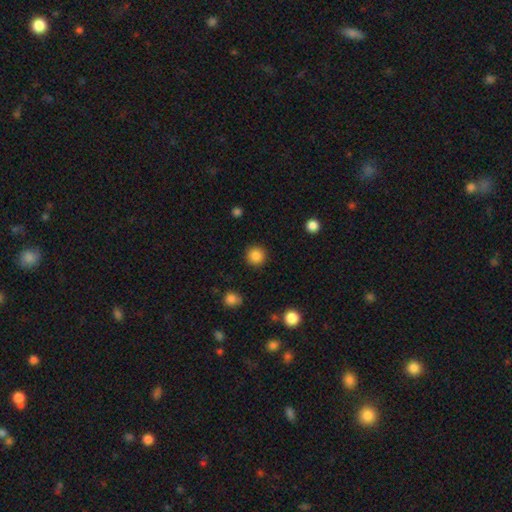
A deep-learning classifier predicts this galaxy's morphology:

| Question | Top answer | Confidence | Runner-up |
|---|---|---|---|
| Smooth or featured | smooth | 87% | star or artifact (10%) |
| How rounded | round | 94% | in between (5%) |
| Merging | none | 91% | minor disturbance (5%) |